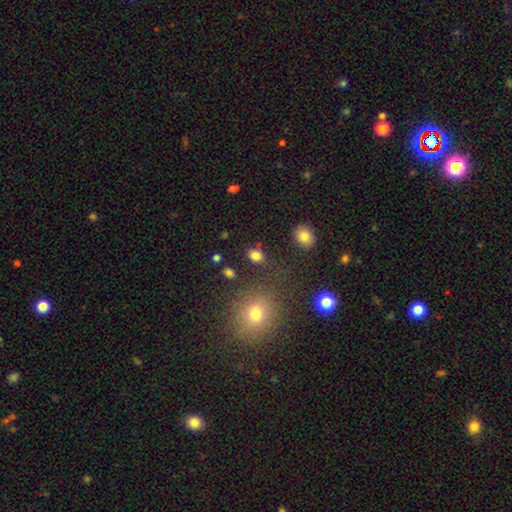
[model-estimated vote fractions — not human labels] Smooth or featured: smooth — 82% (star or artifact — 13%)
How rounded: in between — 66% (round — 33%)
Merging: none — 78% (minor disturbance — 12%)